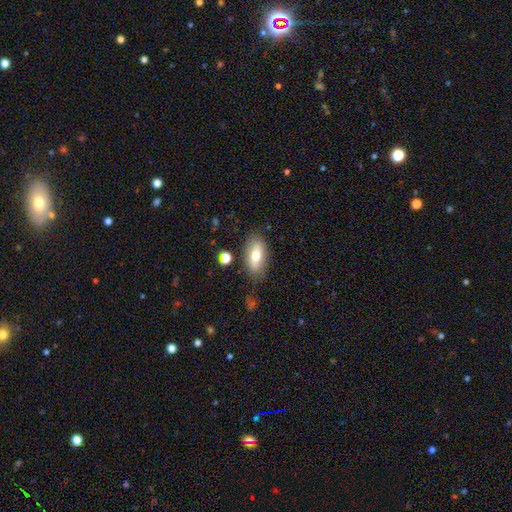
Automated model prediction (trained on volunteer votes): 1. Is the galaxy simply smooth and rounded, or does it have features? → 70% smooth, 22% featured or disk, 8% star or artifact.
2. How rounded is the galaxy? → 88% in between, 8% cigar-shaped, 4% round.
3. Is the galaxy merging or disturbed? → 76% none, 16% minor disturbance, 4% major disturbance, 3% merger.